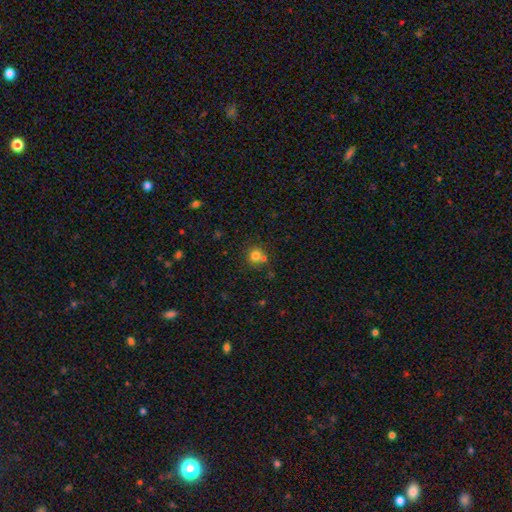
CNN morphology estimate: This appears to be a smooth galaxy with no disk features (77%) that is round (88%). Merging: none (59%).